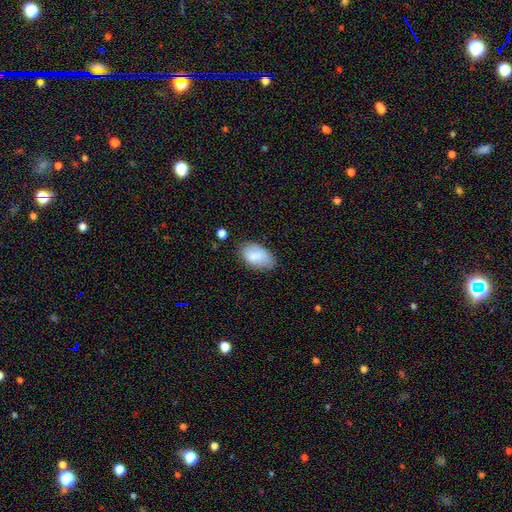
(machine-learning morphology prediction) A smooth galaxy with no disk features (79%) that is in between round and cigar-shaped (94%). Merging: none (66%).